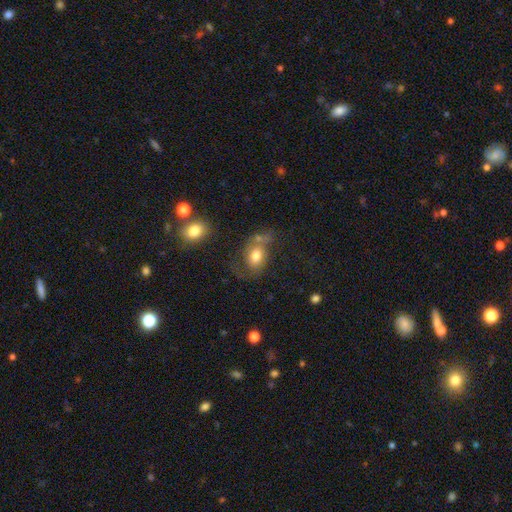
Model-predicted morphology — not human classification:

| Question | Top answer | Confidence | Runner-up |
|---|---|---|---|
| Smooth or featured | smooth | 62% | featured or disk (28%) |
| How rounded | in between | 65% | round (34%) |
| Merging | none | 41% | minor disturbance (21%) |